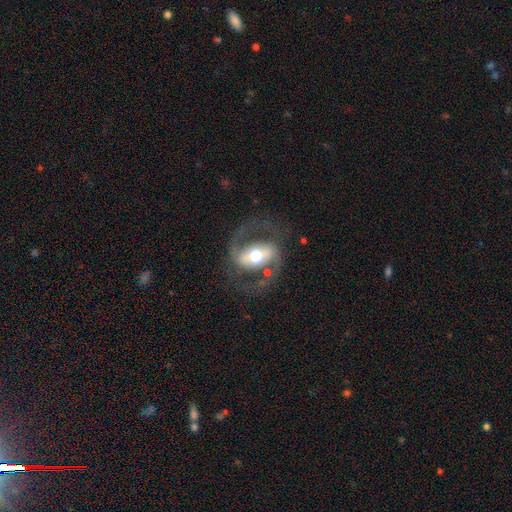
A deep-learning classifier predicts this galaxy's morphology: This is clearly a featured or disk galaxy (83%). It is clearly not viewed edge-on (96%). Bar: possibly strong (50%). Spiral arm pattern: clearly yes (86%). Spiral arm count: clearly 2 (91%). Spiral winding: possibly medium (55%). Central bulge: likely moderate (66%). Merging: likely none (70%).